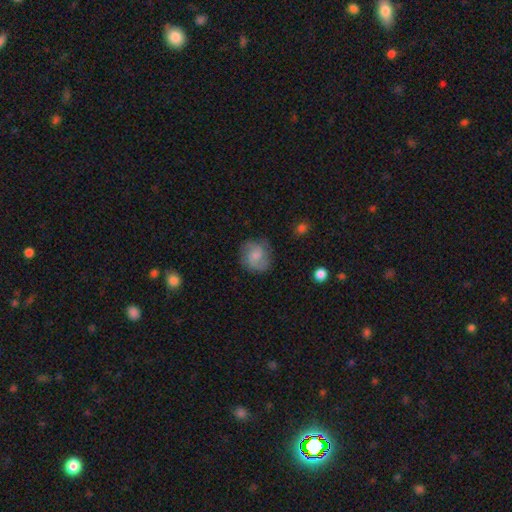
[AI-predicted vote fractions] smooth-or-featured: smooth: 52% | featured or disk: 40% | star or artifact: 8%
  how-rounded: round: 80% | in between: 19% | cigar-shaped: 1%
  merging: none: 74% | minor disturbance: 18% | major disturbance: 7% | merger: 2%